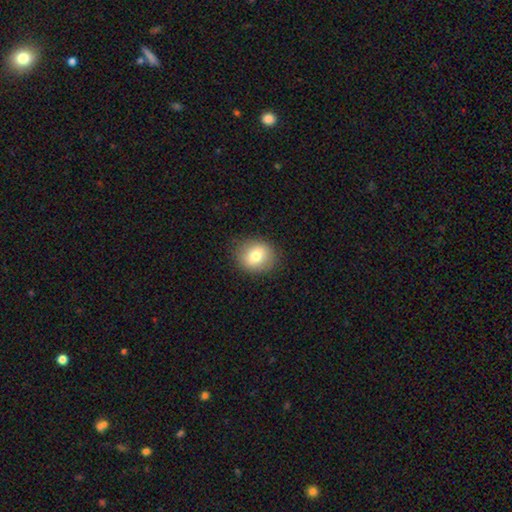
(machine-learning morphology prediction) smooth_or_featured: smooth (p=0.76) [alt: featured or disk p=0.15]
how_rounded: round (p=0.68) [alt: in between p=0.31]
merging: none (p=0.86) [alt: minor disturbance p=0.10]